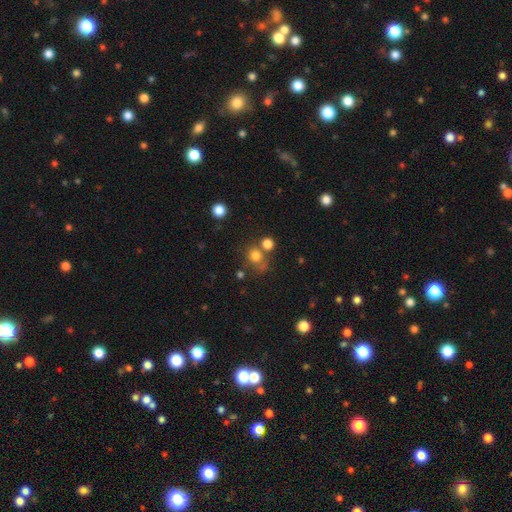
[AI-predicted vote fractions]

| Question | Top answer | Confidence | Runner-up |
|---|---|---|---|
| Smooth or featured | smooth | 75% | star or artifact (16%) |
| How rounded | round | 81% | in between (18%) |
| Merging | none | 56% | merger (24%) |